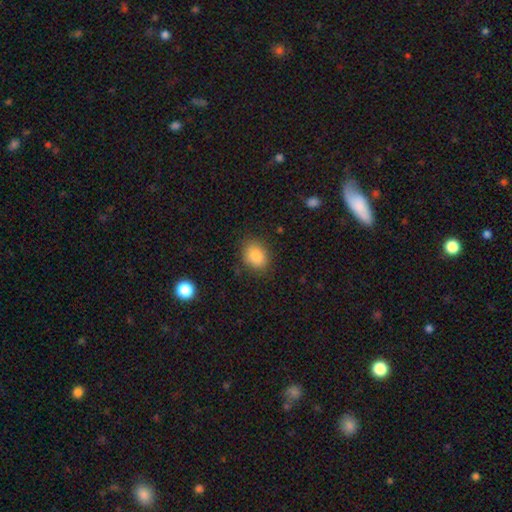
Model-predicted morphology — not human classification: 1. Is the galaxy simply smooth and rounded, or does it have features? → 86% smooth, 9% star or artifact, 5% featured or disk.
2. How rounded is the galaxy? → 60% in between, 39% round, 1% cigar-shaped.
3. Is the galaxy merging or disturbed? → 82% none, 13% minor disturbance, 4% major disturbance, 1% merger.